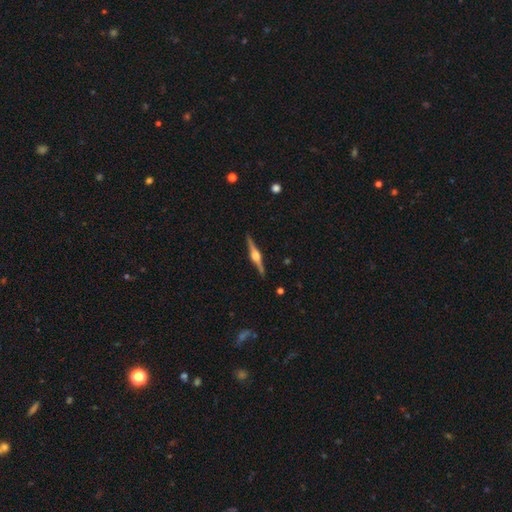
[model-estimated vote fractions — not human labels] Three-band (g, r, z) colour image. It shows a featured or disk galaxy (85%) viewed edge-on (98%) with a rounded central bulge (91%). Merging: none (91%).